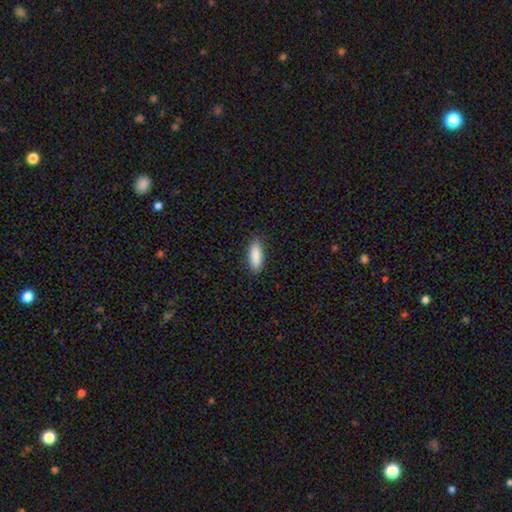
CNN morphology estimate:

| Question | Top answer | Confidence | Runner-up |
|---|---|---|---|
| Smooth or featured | smooth | 89% | star or artifact (6%) |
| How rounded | in between | 67% | cigar-shaped (31%) |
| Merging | none | 89% | minor disturbance (8%) |